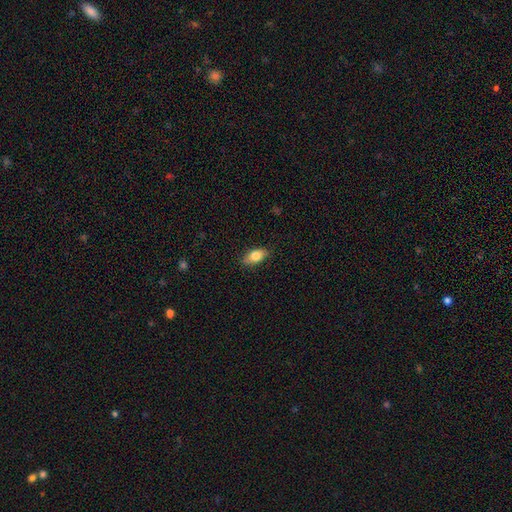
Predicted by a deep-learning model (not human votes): Smooth or featured: smooth — 79% (featured or disk — 14%)
How rounded: in between — 87% (cigar-shaped — 8%)
Merging: none — 84% (minor disturbance — 13%)